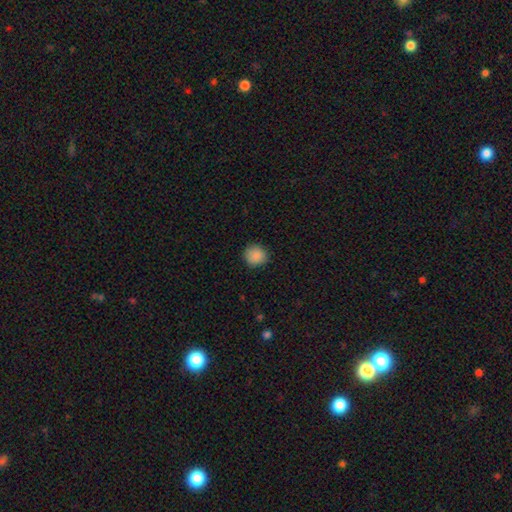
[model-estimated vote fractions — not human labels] smooth-or-featured: smooth: 88% | star or artifact: 9% | featured or disk: 3%
  how-rounded: round: 91% | in between: 8% | cigar-shaped: 1%
  merging: none: 88% | minor disturbance: 8% | major disturbance: 2% | merger: 1%